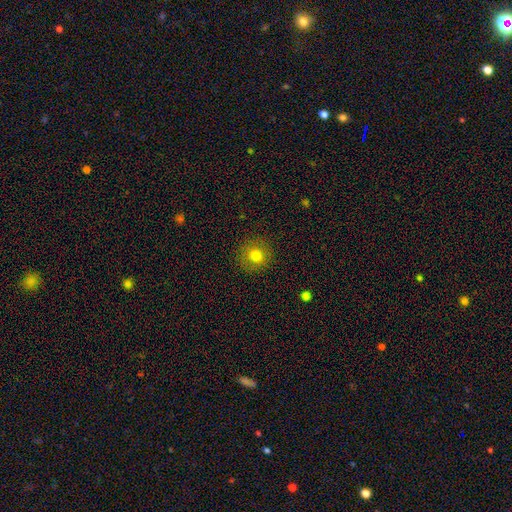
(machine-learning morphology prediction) smooth 79%, star or artifact 12%, featured or disk 10%. Down the decision tree: how rounded — round (88%); merging — none (88%).